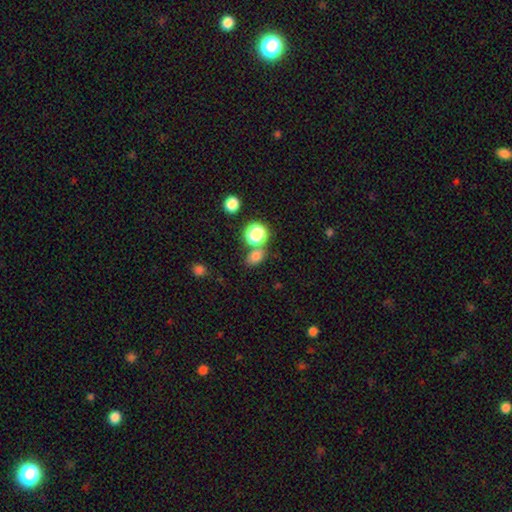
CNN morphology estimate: The model was most divided on "how rounded": in between: 54%, round: 44%, cigar-shaped: 1%. More confident: smooth or featured — smooth (75%); merging — none (67%).